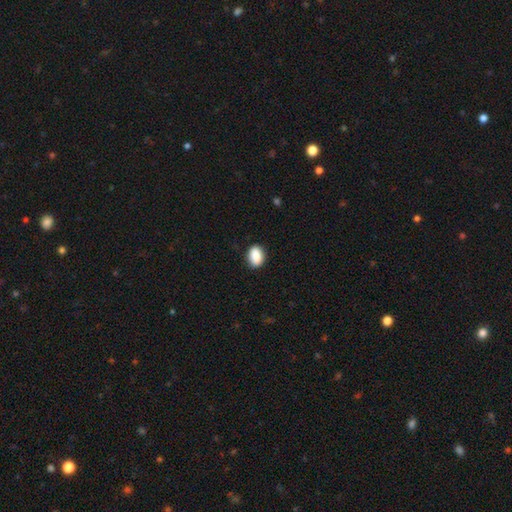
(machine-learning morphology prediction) The model was most divided on "how rounded": in between: 80%, round: 18%, cigar-shaped: 1%. More confident: smooth or featured — smooth (90%); merging — none (86%).